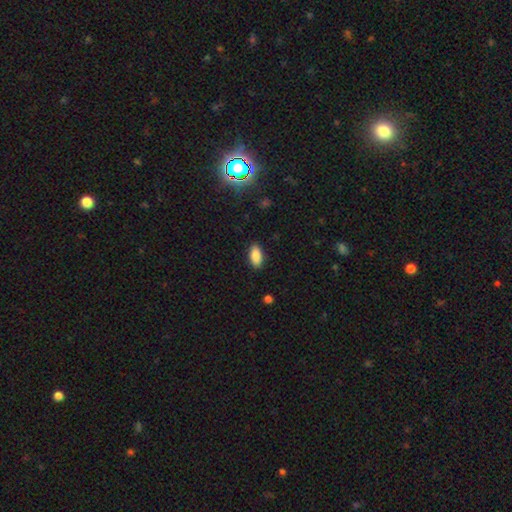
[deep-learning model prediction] This appears to be a smooth galaxy with no disk features (87%) that is in between round and cigar-shaped (89%). Merging: none (89%).